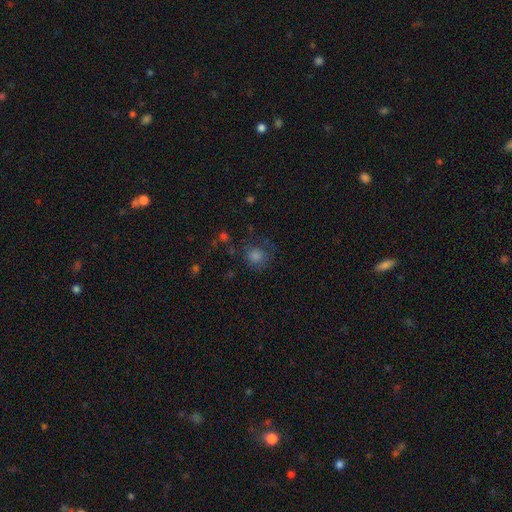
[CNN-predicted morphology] Overall: smooth (66%). How rounded: round (87%). Merging: none (66%).